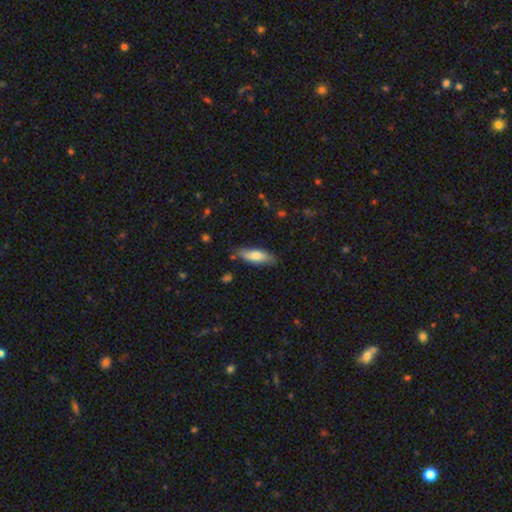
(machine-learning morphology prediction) smooth 72%, featured or disk 22%, star or artifact 6%. Down the decision tree: how rounded — in between (56%); merging — none (80%).